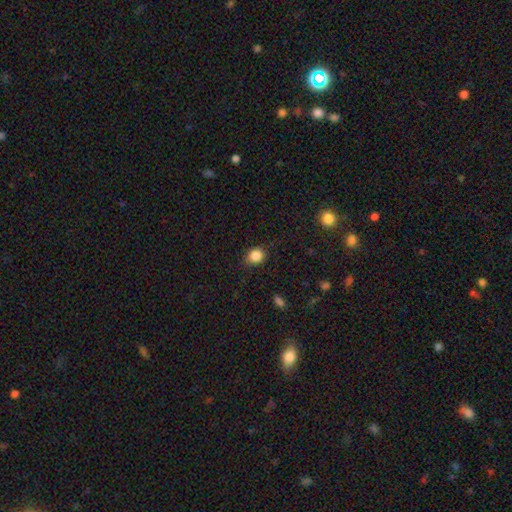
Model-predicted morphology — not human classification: Smooth or featured? smooth (85%)
How rounded? round (71%)
Merging? none (79%)